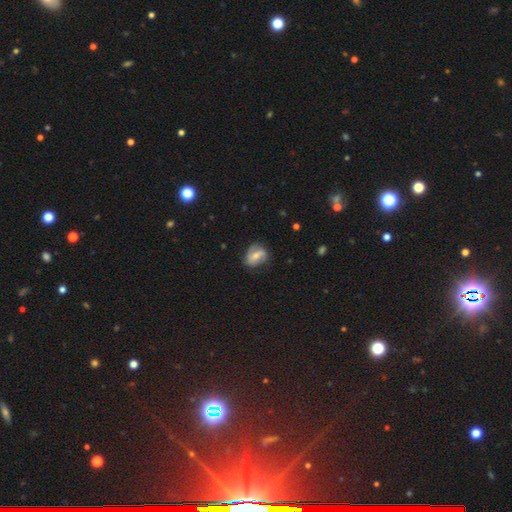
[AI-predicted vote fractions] featured or disk 53%, smooth 40%, star or artifact 7%. Down the decision tree: edge-on disk — no (95%); bar — weak (41%); spiral arms — yes (75%); bulge size — moderate (57%); merging — none (69%).